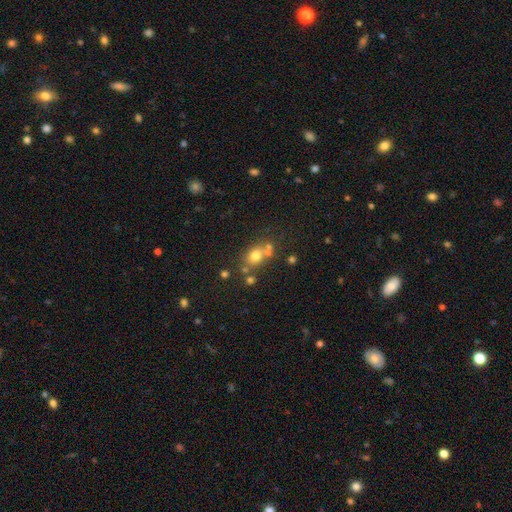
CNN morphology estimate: type=smooth (68%); roundness=round (62%); merging=none (55%).